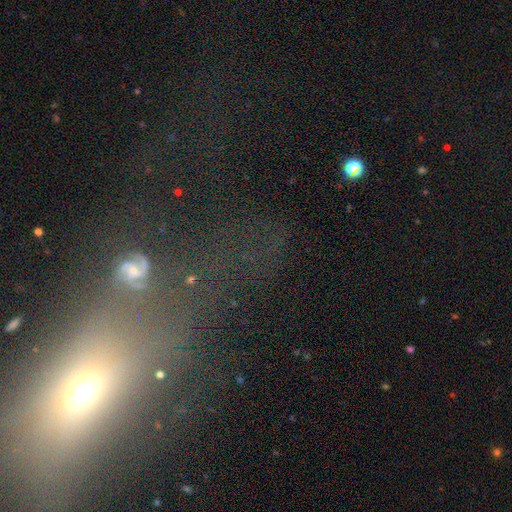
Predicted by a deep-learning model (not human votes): Q: Smooth or featured?
A: star or artifact (39%); runner-up: smooth (37%)